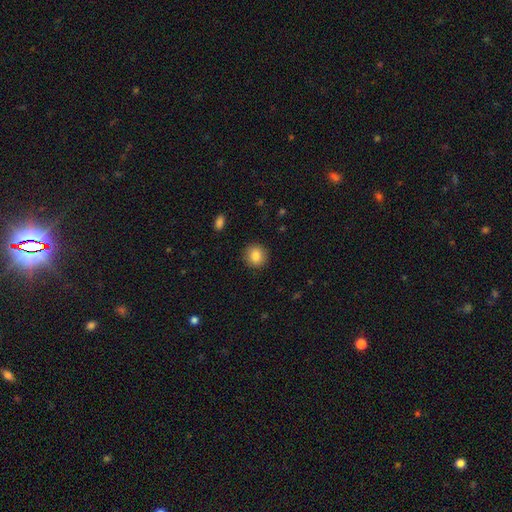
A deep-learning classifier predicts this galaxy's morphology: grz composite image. It shows a smooth galaxy with no disk features (85%) that is round (88%). Merging: none (91%).